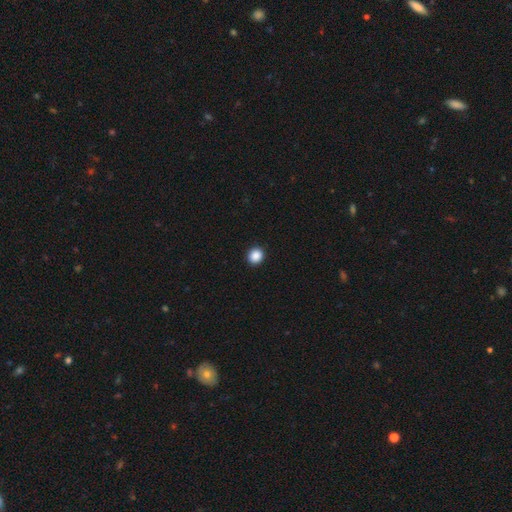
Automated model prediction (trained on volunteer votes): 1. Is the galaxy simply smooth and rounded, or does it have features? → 88% smooth, 10% star or artifact, 2% featured or disk.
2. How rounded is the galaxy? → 88% round, 11% in between, 1% cigar-shaped.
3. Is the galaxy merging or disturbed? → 93% none, 5% minor disturbance, 2% major disturbance, 1% merger.